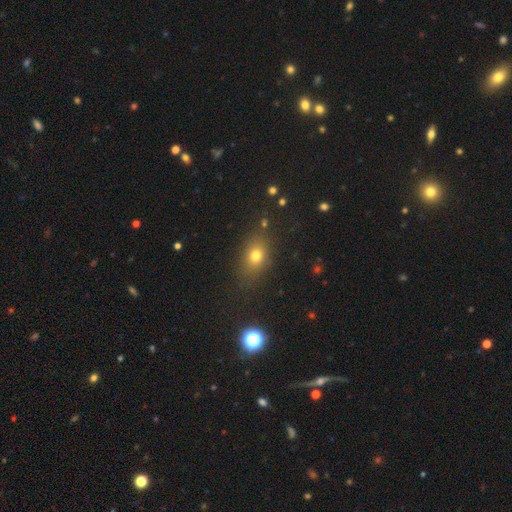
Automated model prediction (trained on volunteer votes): Smooth or featured?
  - smooth: 73% *
  - star or artifact: 17%
  - featured or disk: 10%
How rounded?
  - in between: 63% *
  - round: 34%
  - cigar-shaped: 3%
Merging?
  - none: 82% *
  - minor disturbance: 11%
  - major disturbance: 4%
  - merger: 3%